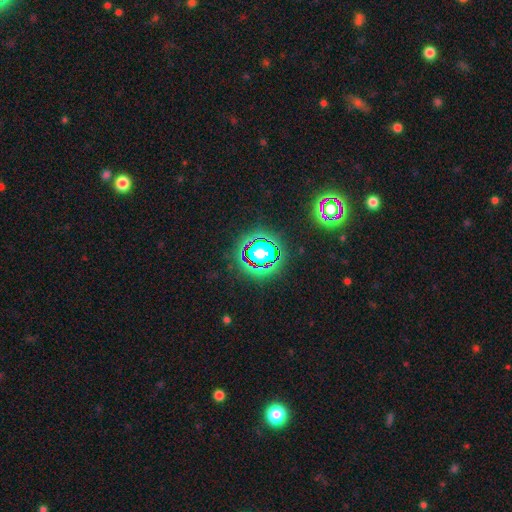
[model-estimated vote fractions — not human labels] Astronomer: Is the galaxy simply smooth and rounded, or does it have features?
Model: star or artifact — 81%.